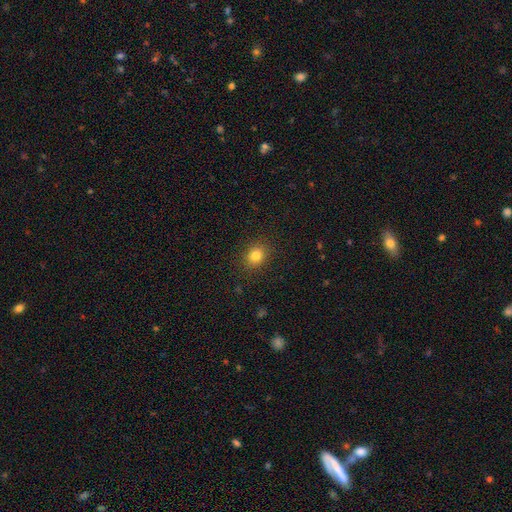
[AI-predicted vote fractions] The model was most divided on "how rounded": round: 64%, in between: 35%, cigar-shaped: 1%. More confident: merging — none (89%); smooth or featured — smooth (82%).